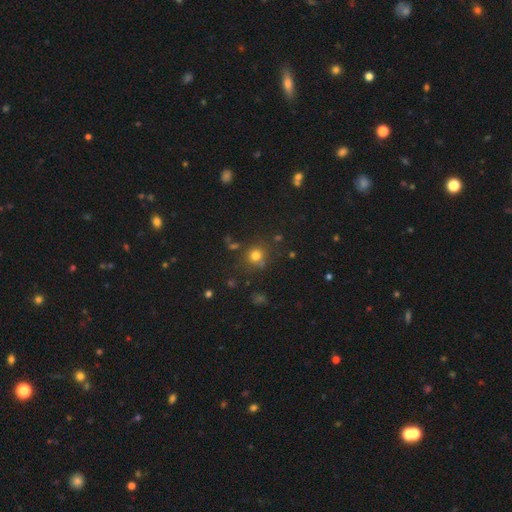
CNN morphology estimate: A smooth galaxy with no disk features (76%) that is round (87%). Merging: none (78%).